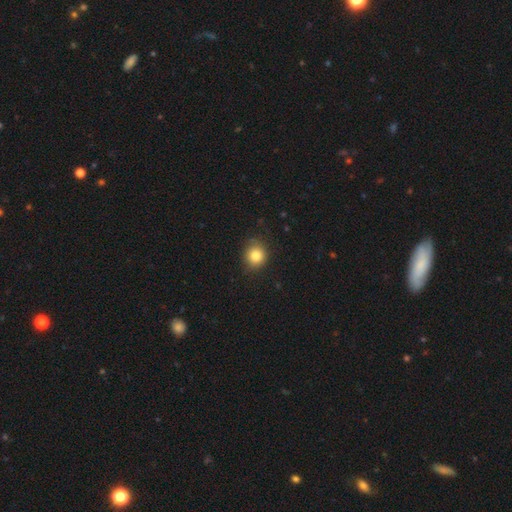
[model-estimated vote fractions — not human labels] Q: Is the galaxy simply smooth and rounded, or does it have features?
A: smooth — 81%.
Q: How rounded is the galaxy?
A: round — 81%.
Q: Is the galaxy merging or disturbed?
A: none — 84%.